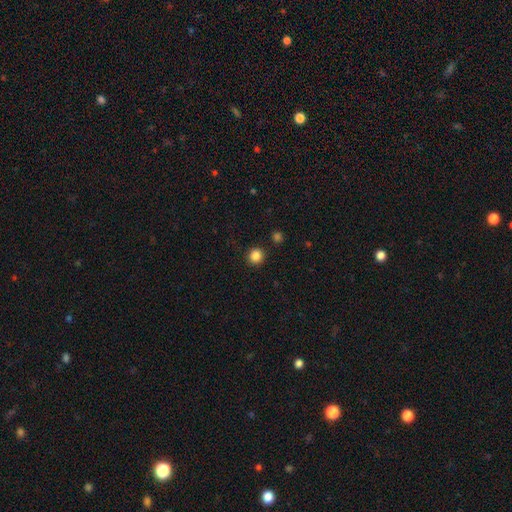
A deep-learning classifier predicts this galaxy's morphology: A smooth galaxy with no disk features (86%) that is round (92%). Merging: none (91%).